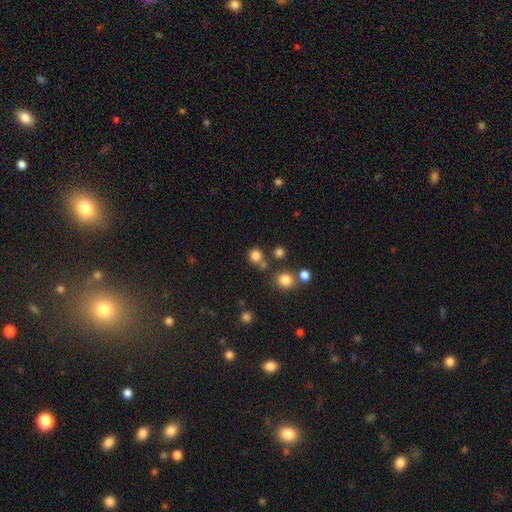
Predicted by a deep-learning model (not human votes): Q: Smooth or featured?
A: smooth (79%); runner-up: star or artifact (16%)
Q: How rounded?
A: round (89%); runner-up: in between (10%)
Q: Merging?
A: none (71%); runner-up: merger (17%)